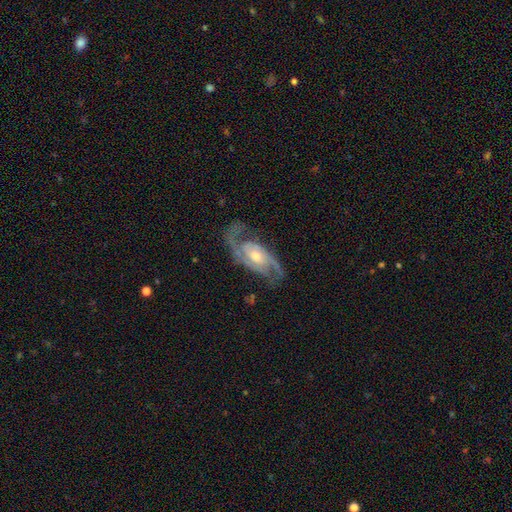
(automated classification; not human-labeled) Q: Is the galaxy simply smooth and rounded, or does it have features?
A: featured or disk — 91%.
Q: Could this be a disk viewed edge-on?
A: no — 96%.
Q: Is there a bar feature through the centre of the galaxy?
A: no — 52%.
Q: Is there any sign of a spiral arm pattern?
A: yes — 98%.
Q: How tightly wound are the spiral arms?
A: medium — 55%.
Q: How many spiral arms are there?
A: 2 — 88%.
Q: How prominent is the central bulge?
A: moderate — 60%.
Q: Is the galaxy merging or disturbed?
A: none — 76%.